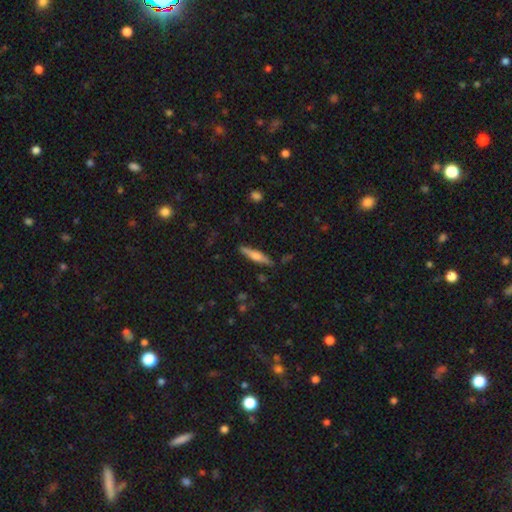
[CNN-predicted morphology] Overall: smooth (50%; featured or disk 44%). Merging: none (84%).